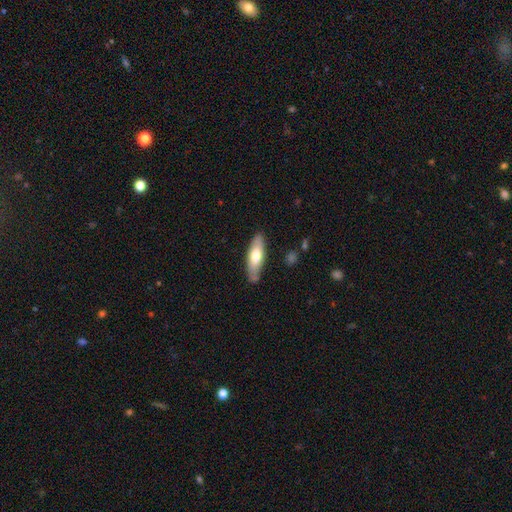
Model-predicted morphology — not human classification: A smooth galaxy with no disk features (63%) that is in between round and cigar-shaped (50%). Merging: none (81%).